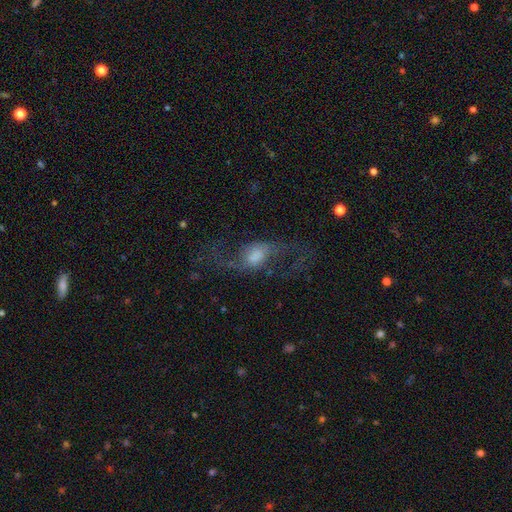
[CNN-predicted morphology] The model was most divided on "bar": no: 46%, weak: 41%, strong: 13%. Remaining: edge-on disk — no (92%); spiral arms — yes (85%); smooth or featured — featured or disk (64%); merging — none (49%); bulge size — moderate (34%).